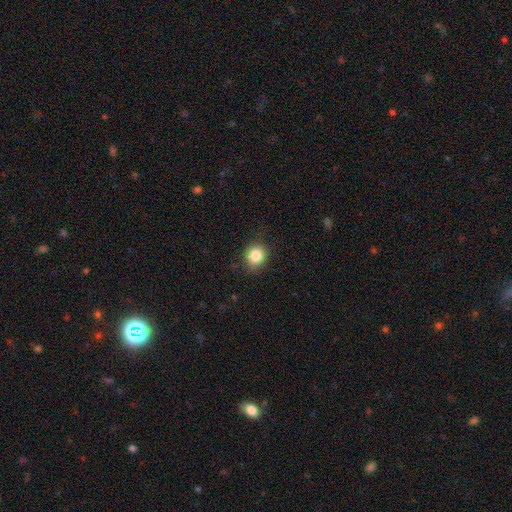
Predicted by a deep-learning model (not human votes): This is clearly a smooth galaxy (84%). How rounded: likely round (77%). Merging: clearly none (85%).